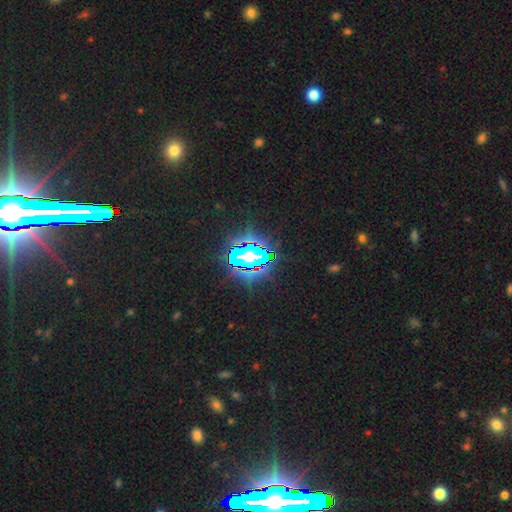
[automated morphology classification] A star or artifact, not a galaxy (78%).

Vote fractions:
- Smooth or featured? star or artifact: 78% / smooth: 13% / featured or disk: 9%